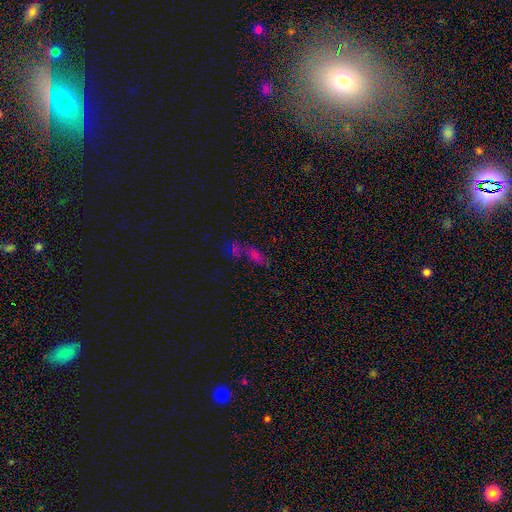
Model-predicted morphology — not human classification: Smooth or featured? smooth (52%)
How rounded? in between (65%)
Merging? none (48%)